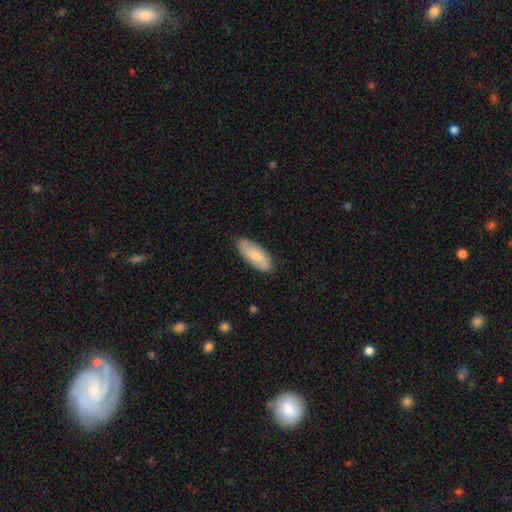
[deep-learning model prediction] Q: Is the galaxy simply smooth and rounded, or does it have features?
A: smooth — 64%.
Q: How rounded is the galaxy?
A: in between — 81%.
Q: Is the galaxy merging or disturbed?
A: none — 85%.